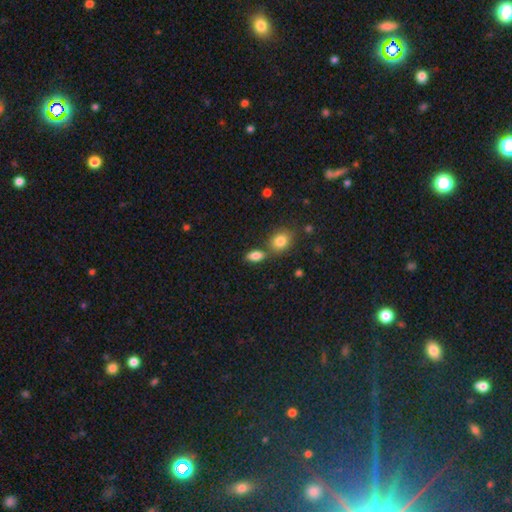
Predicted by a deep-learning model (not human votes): Smooth or featured? smooth (82%)
How rounded? in between (84%)
Merging? none (67%)